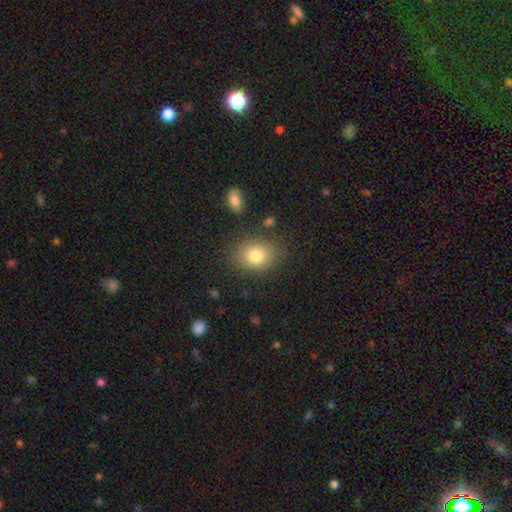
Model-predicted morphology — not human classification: Smooth or featured? smooth (80%)
How rounded? in between (53%)
Merging? none (82%)